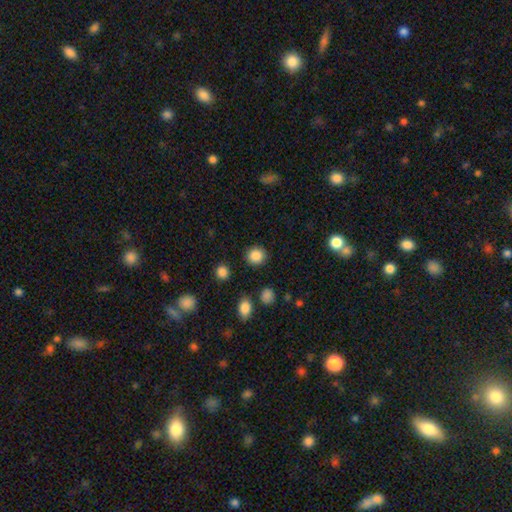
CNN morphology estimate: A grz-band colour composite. It shows a smooth galaxy with no disk features (86%) that is round (86%). Merging: none (89%).